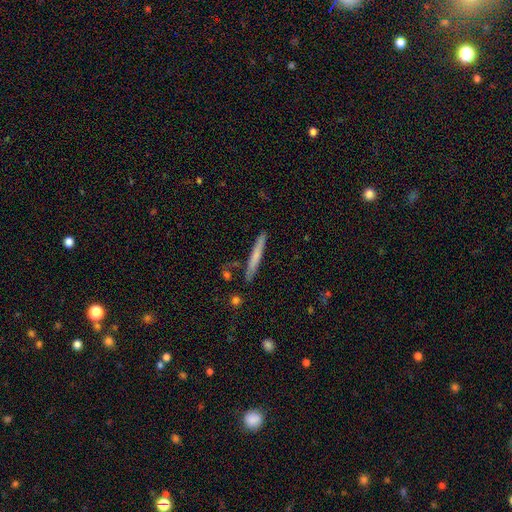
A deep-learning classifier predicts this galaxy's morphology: A smooth galaxy with no disk features (61%) that is cigar-shaped (96%). Merging: none (86%).